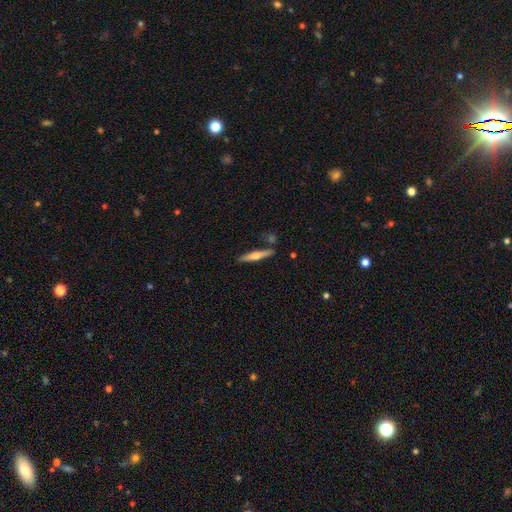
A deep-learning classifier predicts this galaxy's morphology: Smooth or featured? featured or disk (49%)
Merging? none (82%)